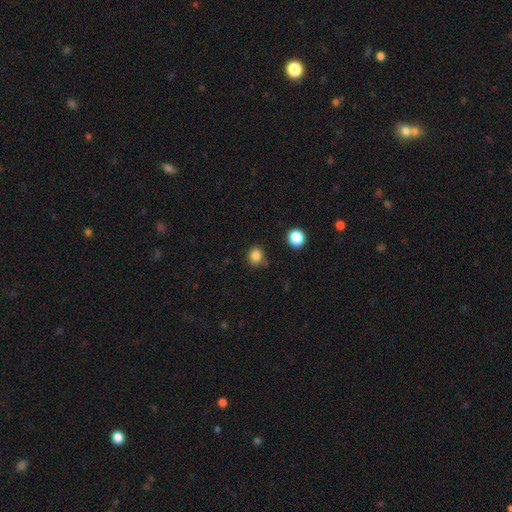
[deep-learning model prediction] A smooth galaxy with no disk features (84%) that is round (86%).

Vote fractions:
- Smooth or featured? smooth: 84% / star or artifact: 13% / featured or disk: 3%
- How rounded? round: 86% / in between: 14% / cigar-shaped: 1%
- Merging? none: 78% / minor disturbance: 15% / merger: 4% / major disturbance: 4%